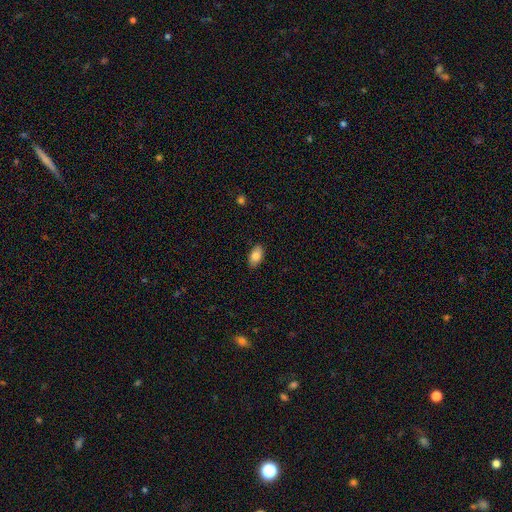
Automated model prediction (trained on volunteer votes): smooth 83%, featured or disk 9%, star or artifact 7%. Down the decision tree: how rounded — in between (93%); merging — none (87%).